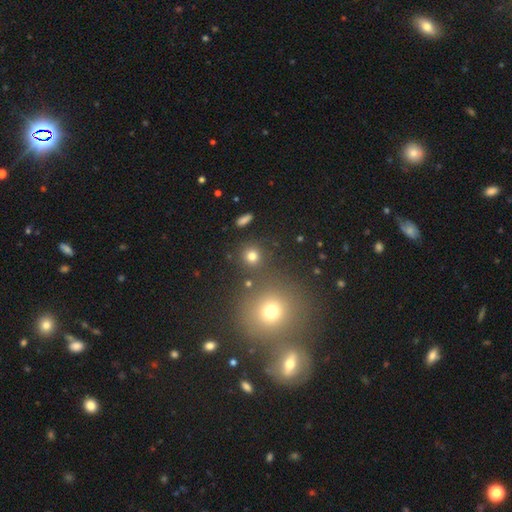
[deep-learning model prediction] Smooth or featured? Predicted: smooth (p=0.61). How rounded? Predicted: round (p=0.89). Merging? Predicted: none (p=0.80).